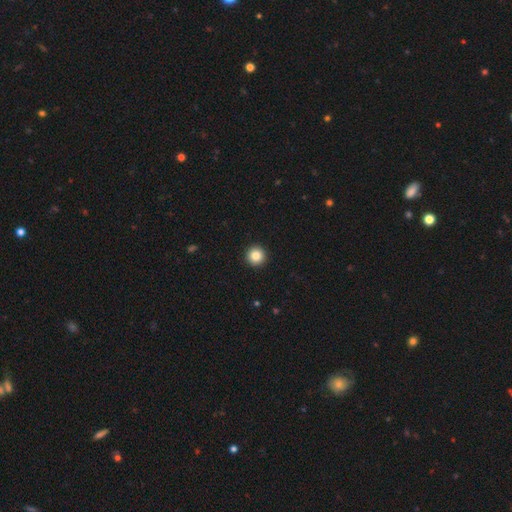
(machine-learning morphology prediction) Overall: smooth (85%). How rounded: round (96%). Merging: none (94%).